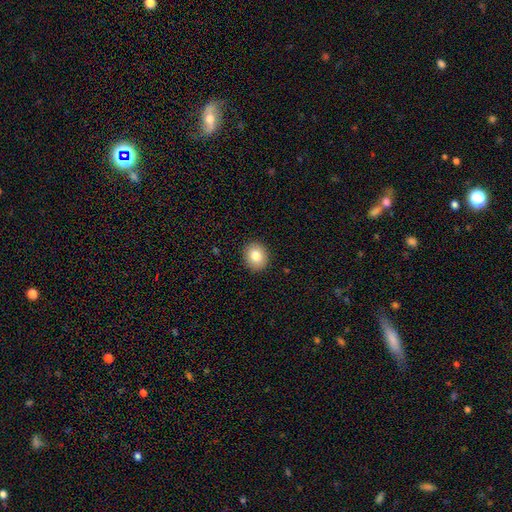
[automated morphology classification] Smooth or featured? Predicted: smooth (p=0.81). How rounded? Predicted: round (p=0.73). Merging? Predicted: none (p=0.91).